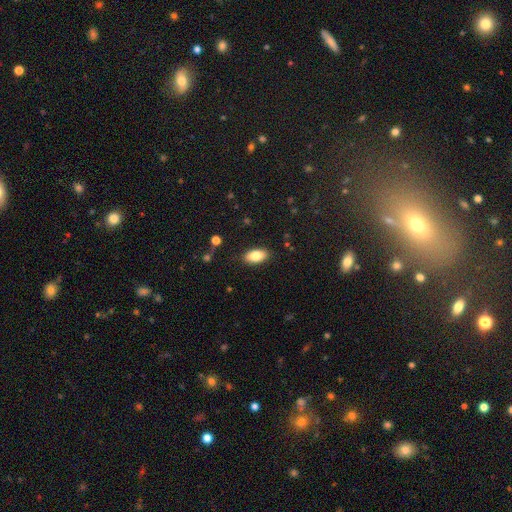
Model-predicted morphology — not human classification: Overall: smooth (82%). How rounded: in between (93%). Merging: none (87%).